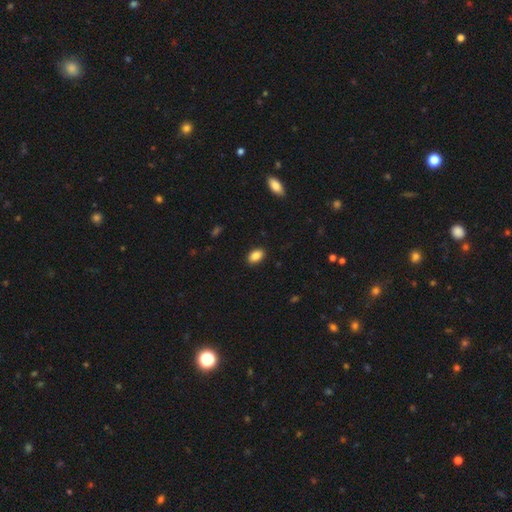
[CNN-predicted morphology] Smooth or featured? smooth (87%)
How rounded? in between (89%)
Merging? none (89%)